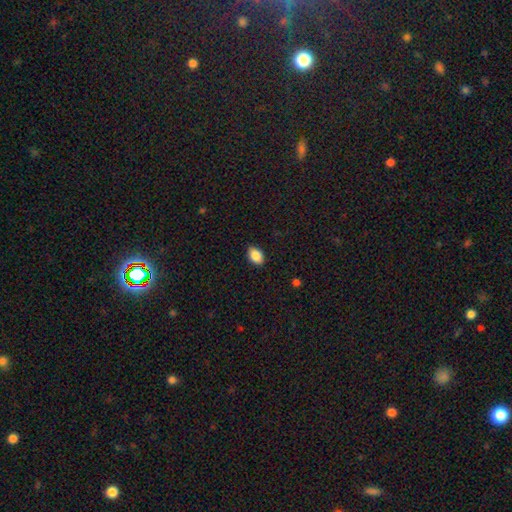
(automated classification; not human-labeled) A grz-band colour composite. It shows a smooth galaxy with no disk features (87%) that is in between round and cigar-shaped (85%). Merging: none (87%).